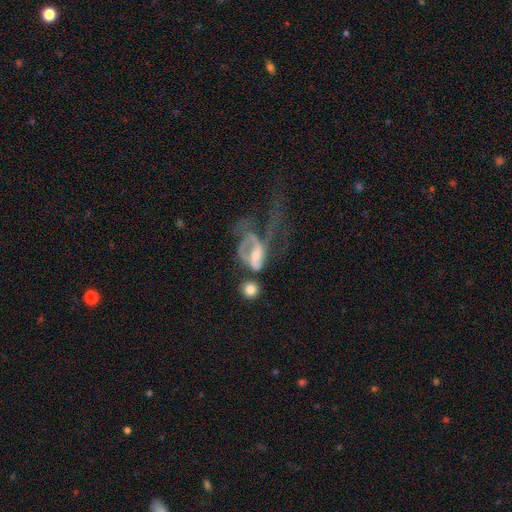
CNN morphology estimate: Q: Smooth or featured?
A: featured or disk (63%); runner-up: smooth (27%)
Q: Edge-on disk?
A: no (93%); runner-up: yes (7%)
Q: Bar?
A: no (55%); runner-up: weak (31%)
Q: Spiral arms?
A: yes (55%); runner-up: no (45%)
Q: Bulge size?
A: moderate (46%); runner-up: small (38%)
Q: Merging?
A: major disturbance (49%); runner-up: merger (32%)